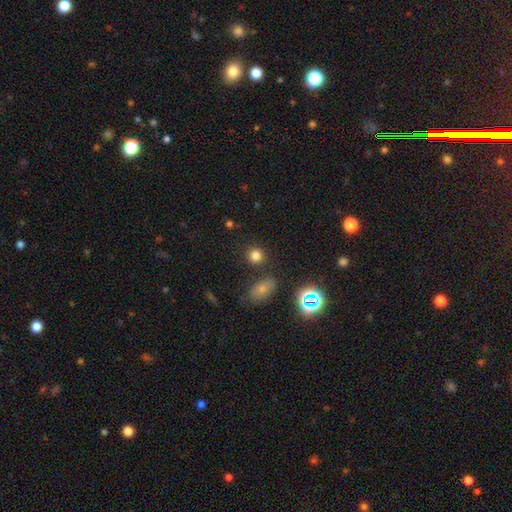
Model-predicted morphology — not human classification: The model was most divided on "smooth or featured": smooth: 77%, star or artifact: 17%, featured or disk: 6%. More confident: how rounded — round (88%); merging — none (84%).